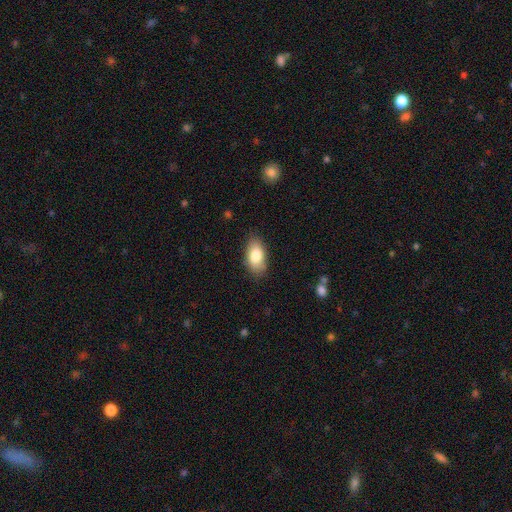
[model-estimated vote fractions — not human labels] A smooth galaxy with no disk features (81%) that is in between round and cigar-shaped (92%).

Vote fractions:
- Smooth or featured? smooth: 81% / featured or disk: 12% / star or artifact: 7%
- How rounded? in between: 92% / round: 5% / cigar-shaped: 3%
- Merging? none: 83% / minor disturbance: 13% / major disturbance: 3% / merger: 1%